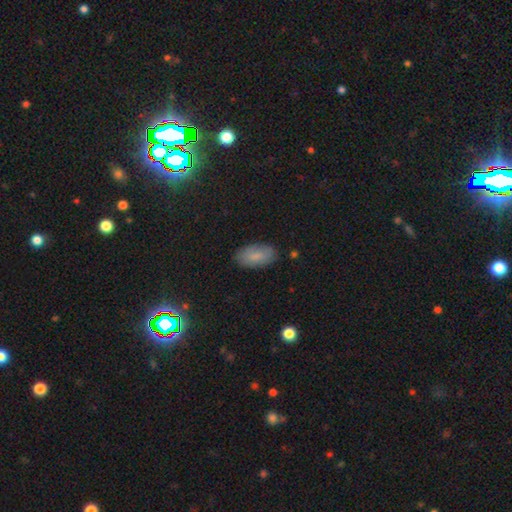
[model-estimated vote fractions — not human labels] Smooth or featured? smooth (79%)
How rounded? in between (93%)
Merging? none (85%)